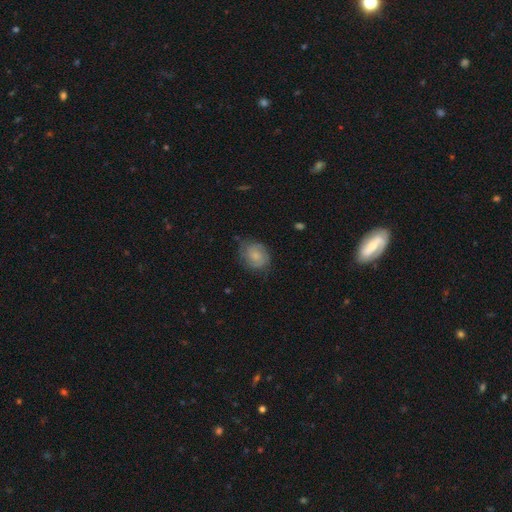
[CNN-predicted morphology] Overall: featured or disk (46%, tied with smooth). Merging: none (69%).